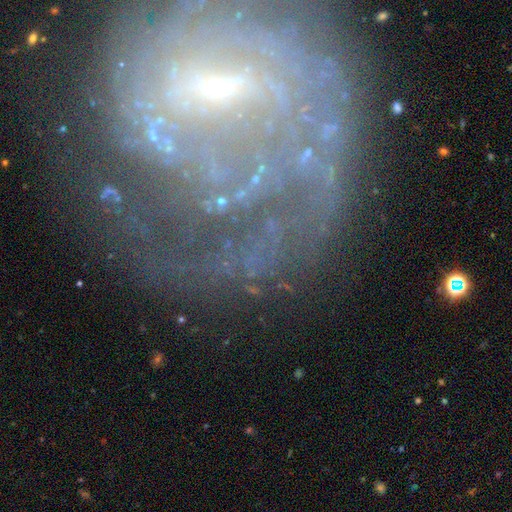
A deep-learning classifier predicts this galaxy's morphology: featured or disk 82%, star or artifact 10%, smooth 8%. Down the decision tree: edge-on disk — no (97%); bar — weak (48%); spiral arms — yes (85%); spiral arm count — can't tell (38%); spiral winding — tight (49%); bulge size — small (72%); merging — none (57%).